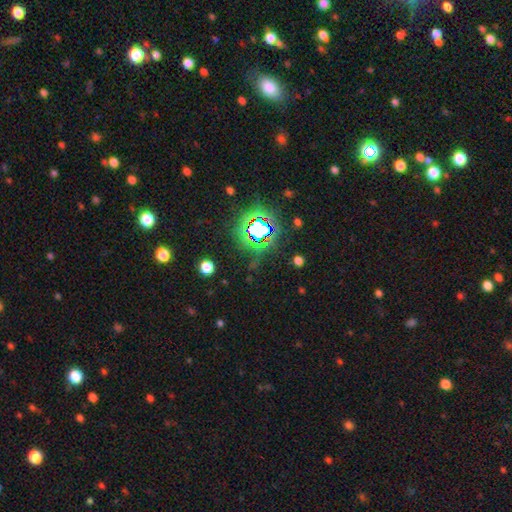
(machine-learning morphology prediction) Smooth or featured: star or artifact — 77% (smooth — 14%)